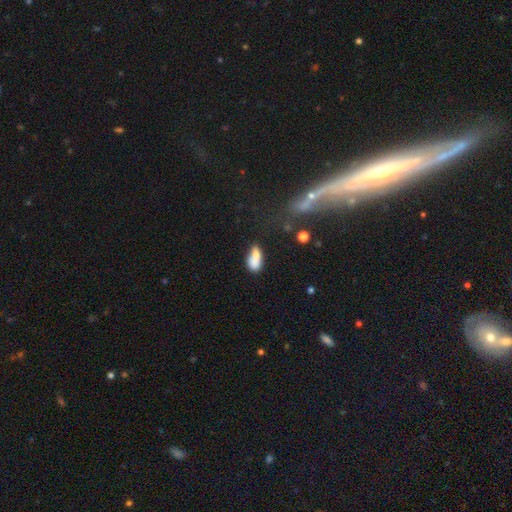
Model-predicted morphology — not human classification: Smooth or featured? smooth (72%)
How rounded? in between (81%)
Merging? merger (41%)